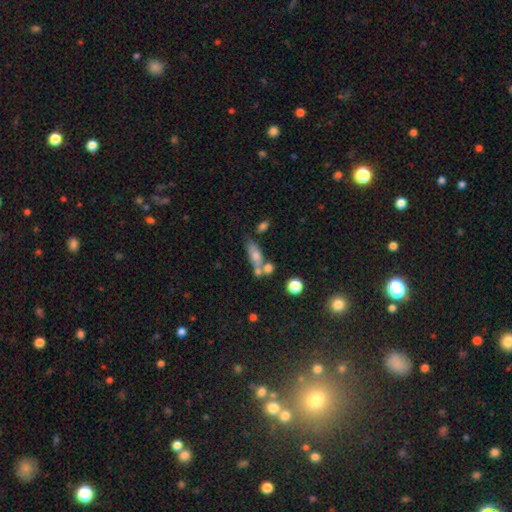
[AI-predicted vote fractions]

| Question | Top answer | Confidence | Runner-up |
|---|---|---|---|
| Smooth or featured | smooth | 63% | featured or disk (24%) |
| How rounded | in between | 65% | cigar-shaped (27%) |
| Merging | none | 42% | merger (37%) |